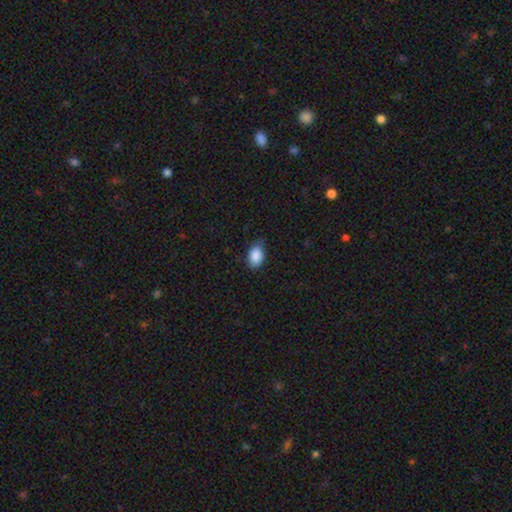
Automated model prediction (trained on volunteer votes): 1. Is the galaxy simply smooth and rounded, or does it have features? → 89% smooth, 7% star or artifact, 4% featured or disk.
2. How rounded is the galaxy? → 86% in between, 13% round, 1% cigar-shaped.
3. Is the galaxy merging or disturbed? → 72% none, 24% minor disturbance, 4% major disturbance, 1% merger.